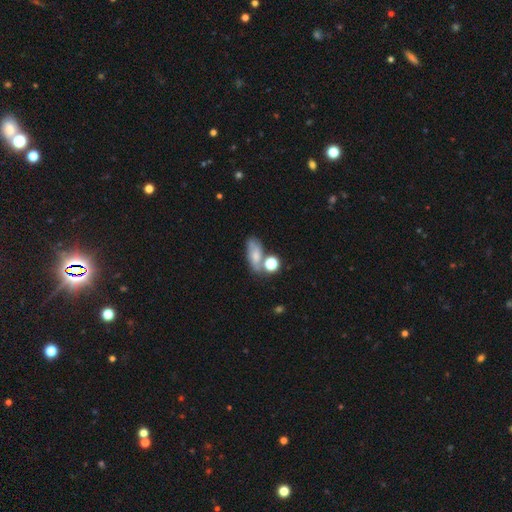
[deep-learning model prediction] This appears to be a smooth galaxy with no disk features (57%) that is in between round and cigar-shaped (75%). Merging: none (44%).